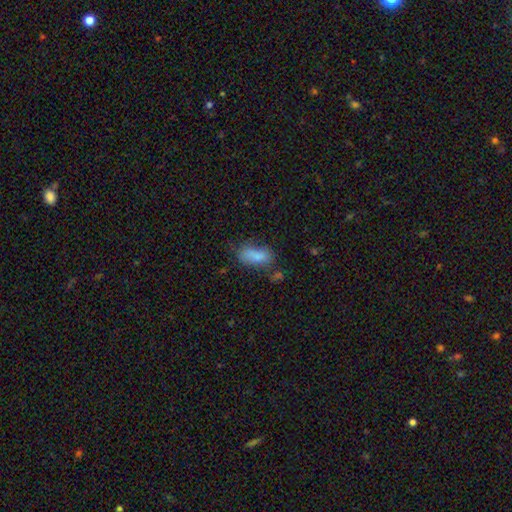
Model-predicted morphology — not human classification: Overall: smooth (78%). How rounded: in between (86%). Merging: none (45%; minor disturbance 25%).